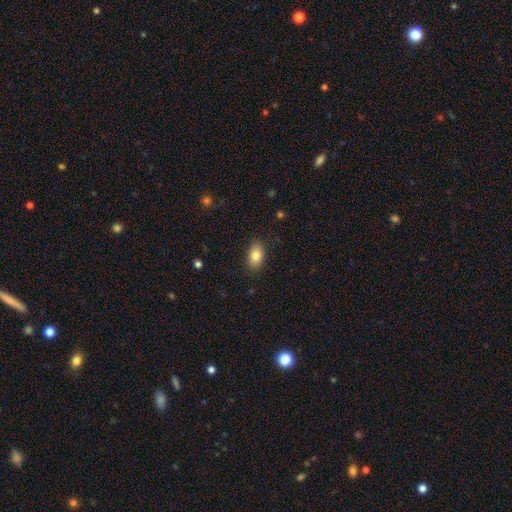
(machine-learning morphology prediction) Smooth or featured?
  - smooth: 83% *
  - featured or disk: 9%
  - star or artifact: 8%
How rounded?
  - in between: 89% *
  - round: 9%
  - cigar-shaped: 2%
Merging?
  - none: 86% *
  - minor disturbance: 10%
  - major disturbance: 2%
  - merger: 1%